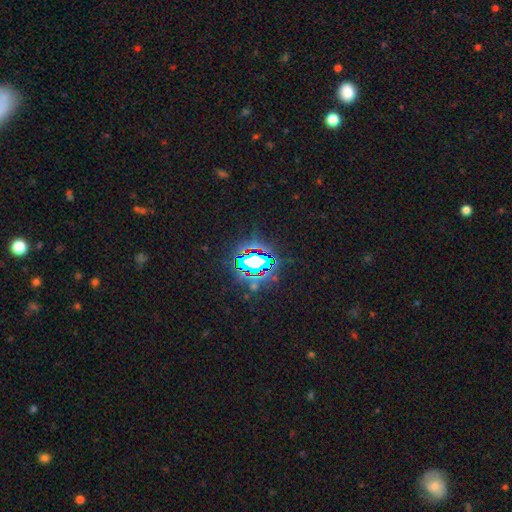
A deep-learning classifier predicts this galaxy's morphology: Smooth or featured?
  - star or artifact: 73% *
  - smooth: 15%
  - featured or disk: 12%